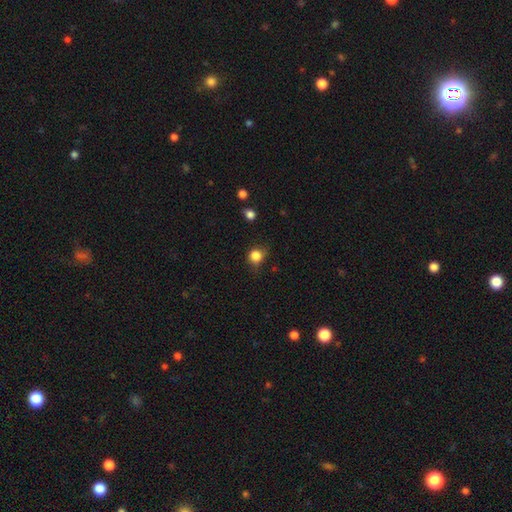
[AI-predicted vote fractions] Smooth or featured? Predicted: smooth (p=0.84). How rounded? Predicted: round (p=0.81). Merging? Predicted: none (p=0.63).